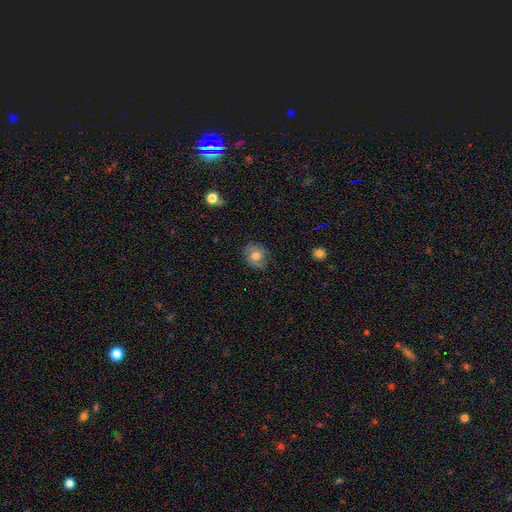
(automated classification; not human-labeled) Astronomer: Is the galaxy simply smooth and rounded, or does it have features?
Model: smooth — 67%.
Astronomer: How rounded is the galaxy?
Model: round — 68%.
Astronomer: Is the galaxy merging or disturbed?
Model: none — 74%.